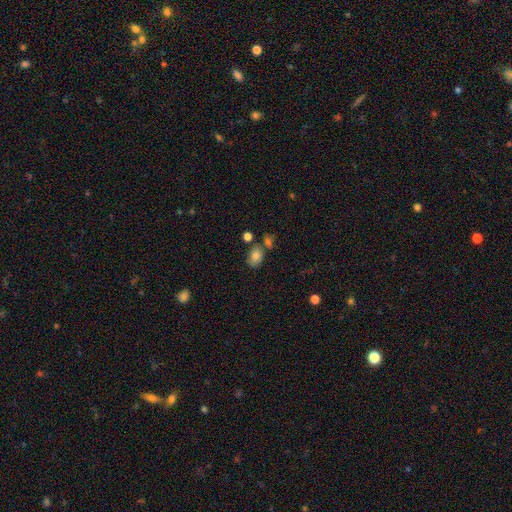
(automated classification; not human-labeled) smooth-or-featured: smooth: 80% | star or artifact: 10% | featured or disk: 9%
  how-rounded: in between: 76% | round: 22% | cigar-shaped: 1%
  merging: none: 64% | merger: 16% | minor disturbance: 15% | major disturbance: 5%